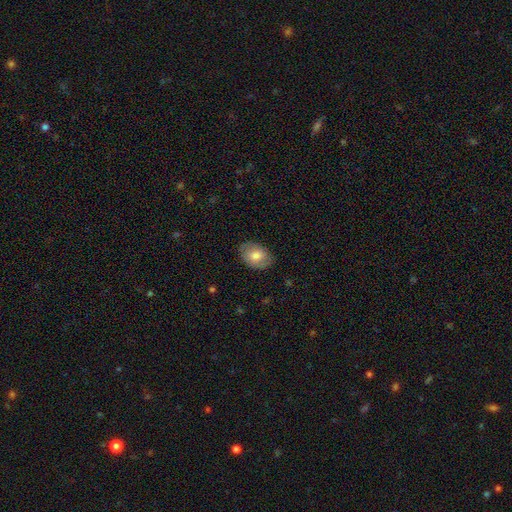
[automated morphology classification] This is likely a smooth galaxy (71%). How rounded: likely in between (78%). Merging: clearly none (82%).